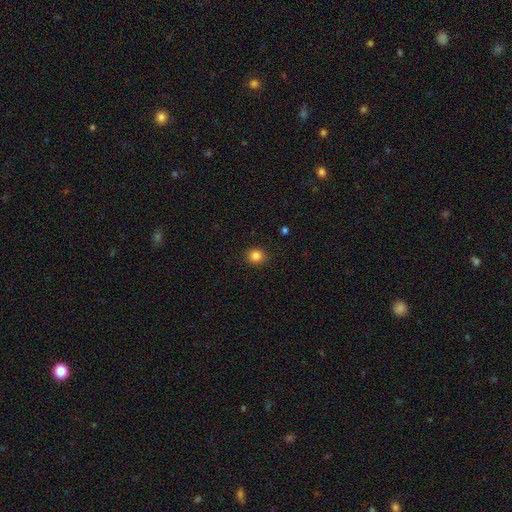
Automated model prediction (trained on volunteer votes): Smooth or featured: smooth — 84% (star or artifact — 11%)
How rounded: round — 80% (in between — 19%)
Merging: none — 90% (minor disturbance — 7%)